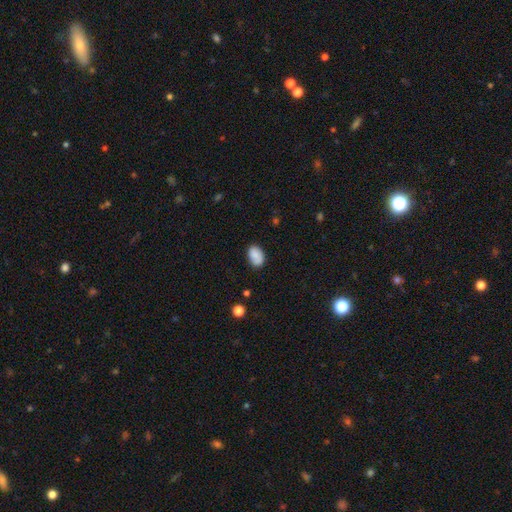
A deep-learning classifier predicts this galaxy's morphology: This appears to be a smooth galaxy with no disk features (82%) that is in between round and cigar-shaped (86%). Merging: none (76%).